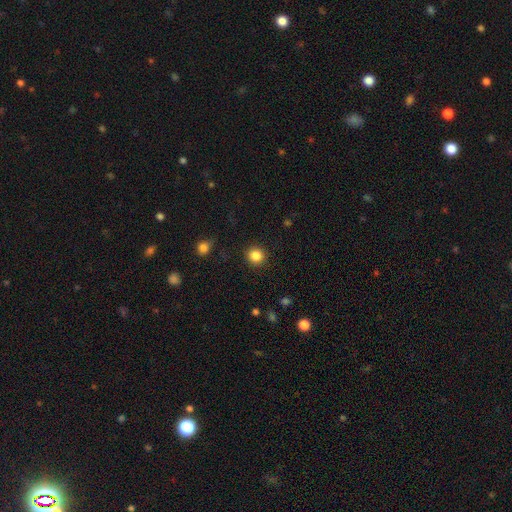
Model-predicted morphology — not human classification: smooth 85%, star or artifact 11%, featured or disk 4%. Down the decision tree: how rounded — round (93%); merging — none (91%).